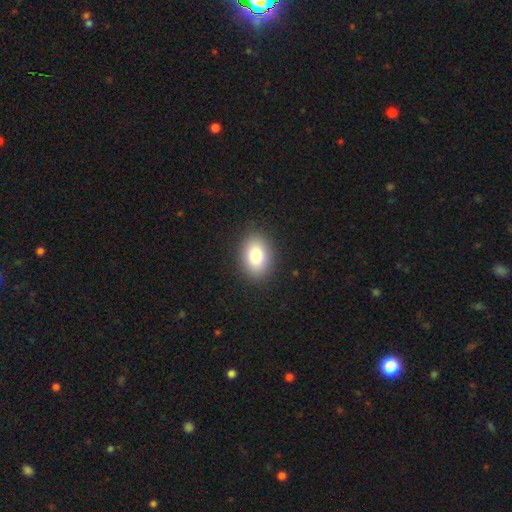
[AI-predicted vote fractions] Overall: smooth (82%). How rounded: in between (79%). Merging: none (88%).